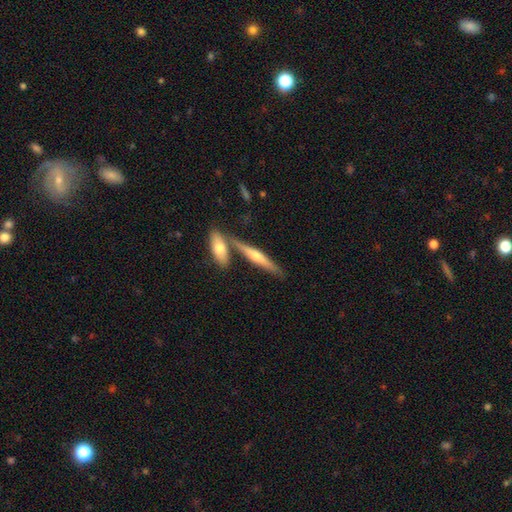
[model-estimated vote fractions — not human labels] A featured or disk galaxy (55%) viewed edge-on (95%) with a rounded central bulge (84%).

Vote fractions:
- Smooth or featured? featured or disk: 55% / smooth: 39% / star or artifact: 6%
- Edge-on disk? yes: 95% / no: 5%
- Edge-on bulge? rounded: 84% / none: 11% / boxy: 5%
- Merging? none: 70% / merger: 18% / minor disturbance: 10% / major disturbance: 3%